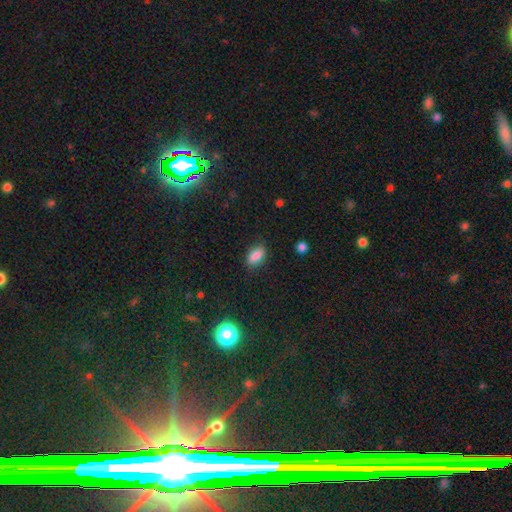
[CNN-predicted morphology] Smooth or featured?
  - smooth: 84% *
  - star or artifact: 10%
  - featured or disk: 6%
How rounded?
  - in between: 88% *
  - round: 7%
  - cigar-shaped: 5%
Merging?
  - none: 81% *
  - minor disturbance: 14%
  - major disturbance: 3%
  - merger: 1%